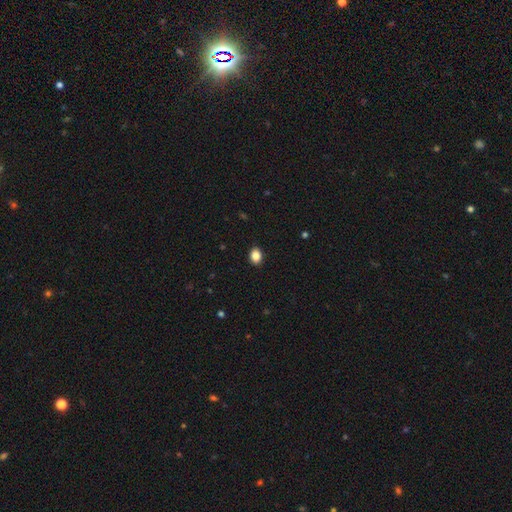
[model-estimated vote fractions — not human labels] This is clearly a smooth galaxy (86%). How rounded: likely in between (69%). Merging: clearly none (90%).